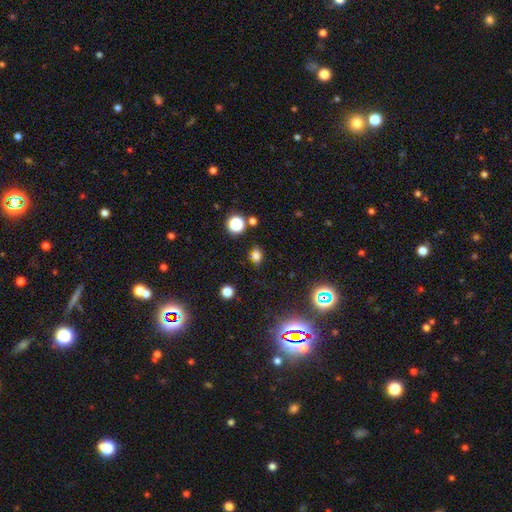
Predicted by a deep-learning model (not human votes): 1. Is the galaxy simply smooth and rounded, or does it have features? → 71% smooth, 22% star or artifact, 7% featured or disk.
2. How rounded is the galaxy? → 71% in between, 26% round, 3% cigar-shaped.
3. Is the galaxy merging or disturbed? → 73% none, 16% minor disturbance, 6% merger, 5% major disturbance.